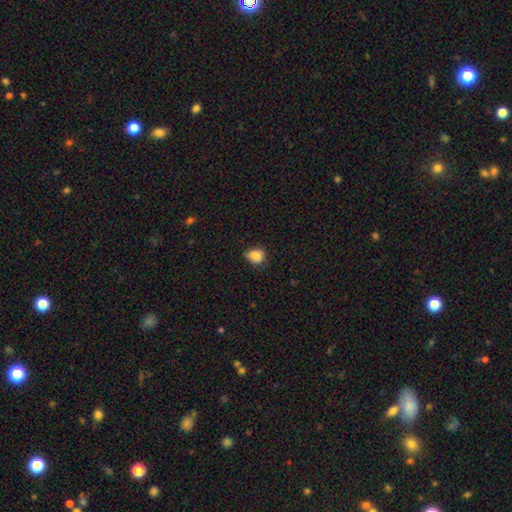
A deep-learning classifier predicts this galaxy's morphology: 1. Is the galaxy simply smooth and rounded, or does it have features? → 85% smooth, 10% star or artifact, 5% featured or disk.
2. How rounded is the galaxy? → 51% round, 48% in between, 1% cigar-shaped.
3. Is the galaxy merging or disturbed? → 58% none, 31% minor disturbance, 7% major disturbance, 4% merger.